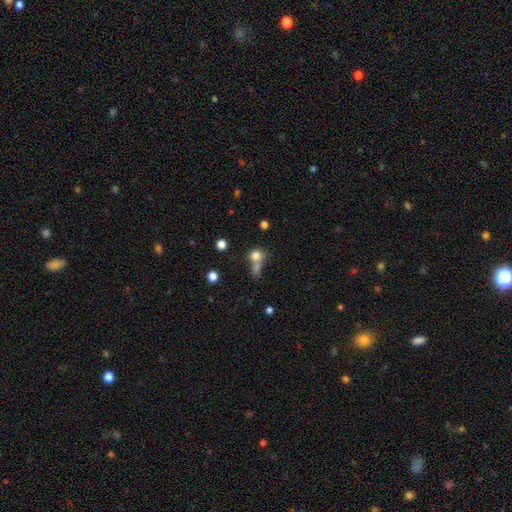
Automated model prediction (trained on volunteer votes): This is likely a smooth galaxy (76%). How rounded: likely round (78%). Merging: possibly merger (46%).